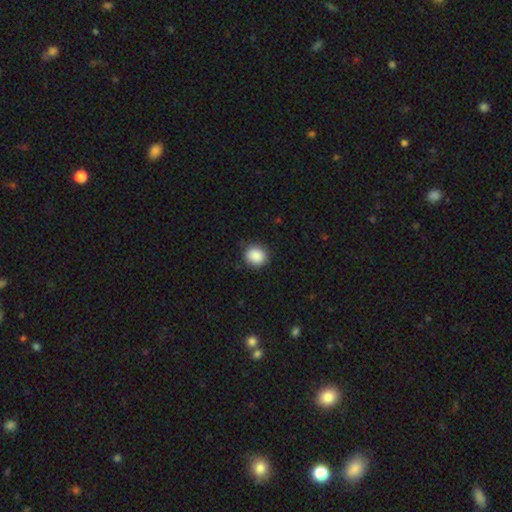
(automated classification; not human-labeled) Morphology: type=smooth (89%); roundness=round (82%); merging=none (87%).